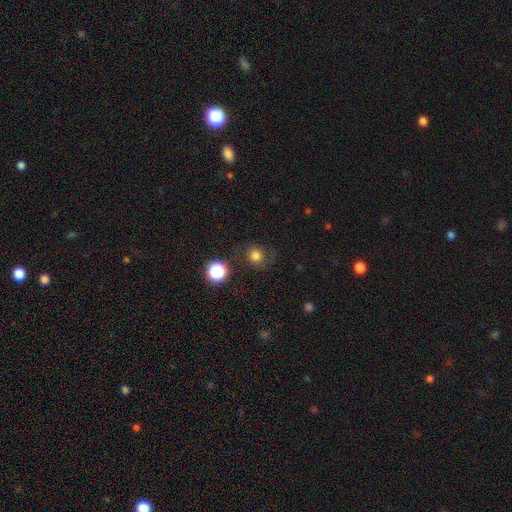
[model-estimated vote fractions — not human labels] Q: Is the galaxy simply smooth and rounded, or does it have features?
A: smooth — 76%.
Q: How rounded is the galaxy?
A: round — 85%.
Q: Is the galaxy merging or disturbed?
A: none — 73%.